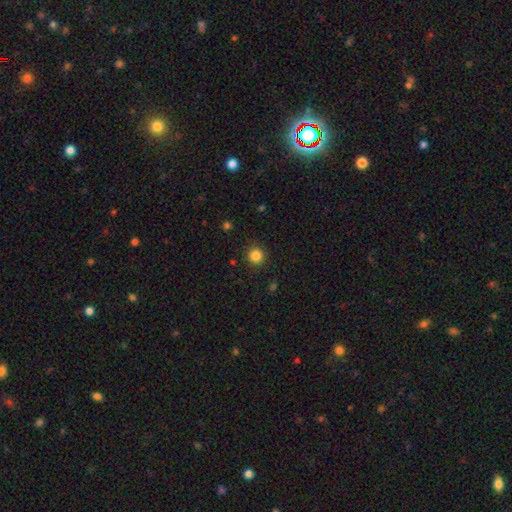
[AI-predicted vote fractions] This is clearly a smooth galaxy (85%). How rounded: clearly round (95%). Merging: clearly none (90%).